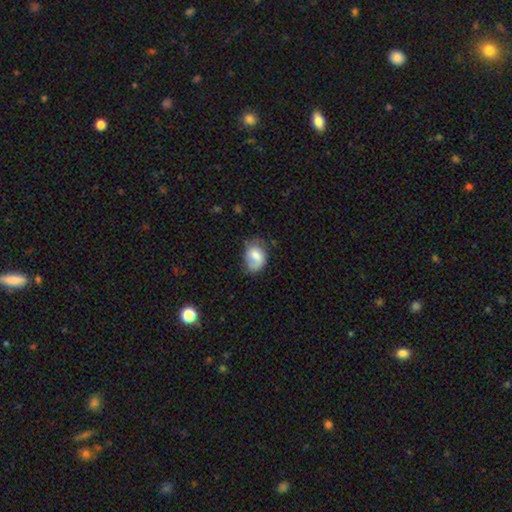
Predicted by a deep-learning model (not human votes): A smooth galaxy with no disk features (64%) that is in between round and cigar-shaped (66%). Merging: none (51%).